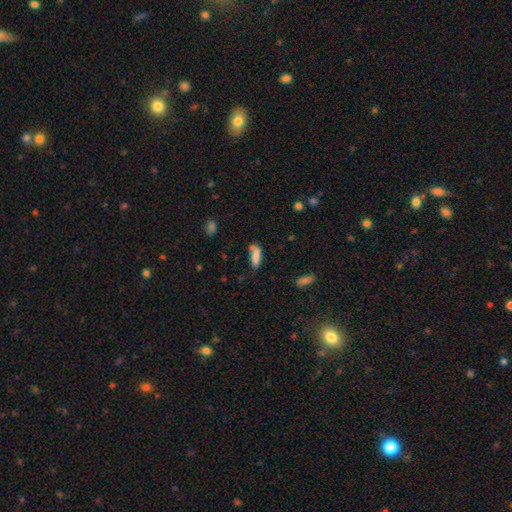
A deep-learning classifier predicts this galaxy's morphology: smooth-or-featured: smooth: 84% | featured or disk: 8% | star or artifact: 8%
  how-rounded: in between: 53% | cigar-shaped: 45% | round: 2%
  merging: none: 60% | minor disturbance: 23% | merger: 11% | major disturbance: 6%